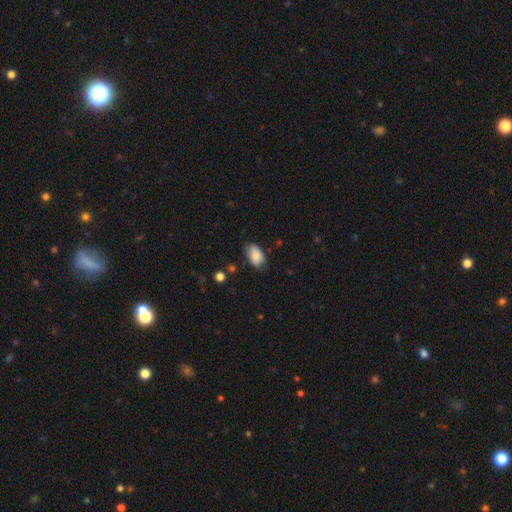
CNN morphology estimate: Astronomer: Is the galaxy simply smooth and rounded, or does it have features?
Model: smooth — 85%.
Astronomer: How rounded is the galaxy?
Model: in between — 92%.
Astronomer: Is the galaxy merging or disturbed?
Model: none — 71%.